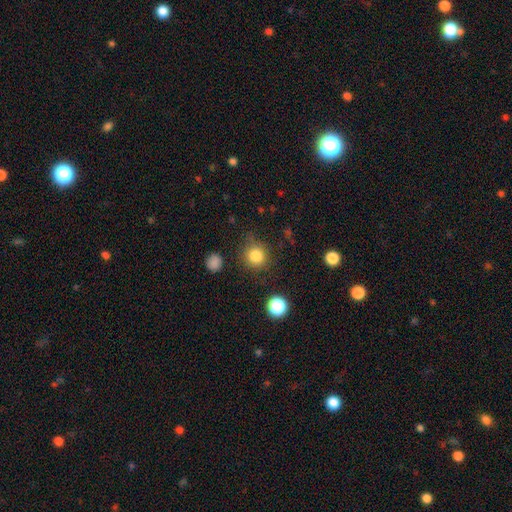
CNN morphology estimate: Smooth or featured?
  - smooth: 83% *
  - star or artifact: 12%
  - featured or disk: 5%
How rounded?
  - round: 90% *
  - in between: 9%
  - cigar-shaped: 1%
Merging?
  - none: 79% *
  - minor disturbance: 13%
  - major disturbance: 5%
  - merger: 3%